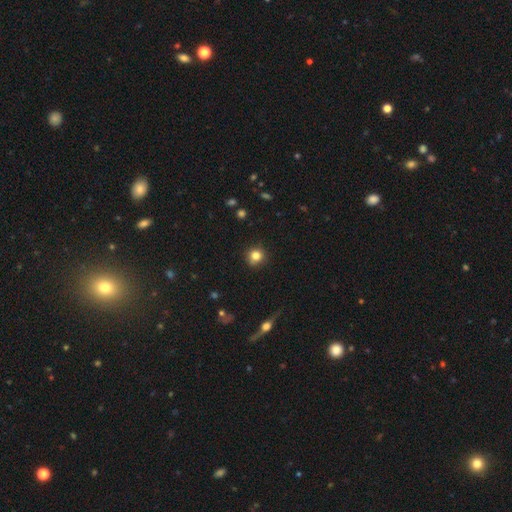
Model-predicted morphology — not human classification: smooth_or_featured: smooth (p=0.82) [alt: star or artifact p=0.12]
how_rounded: round (p=0.92) [alt: in between p=0.07]
merging: none (p=0.89) [alt: minor disturbance p=0.08]